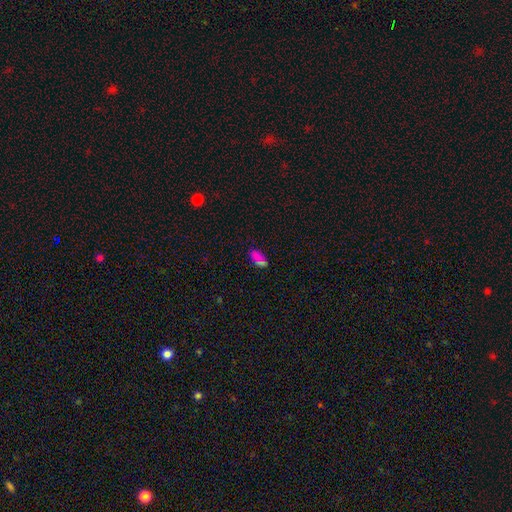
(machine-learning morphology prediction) type=smooth (61%); roundness=in between (86%); merging=none (70%).